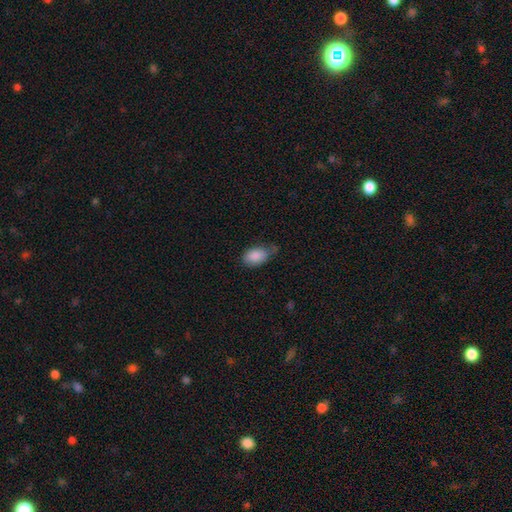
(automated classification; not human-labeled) smooth_or_featured: smooth (p=0.87) [alt: star or artifact p=0.07]
how_rounded: in between (p=0.90) [alt: round p=0.09]
merging: none (p=0.54) [alt: minor disturbance p=0.35]